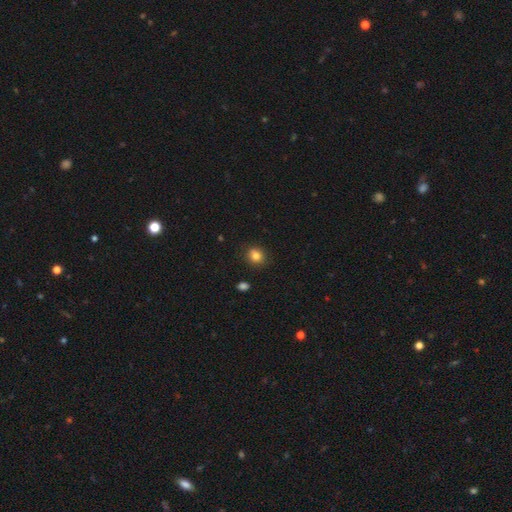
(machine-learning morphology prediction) type=smooth (81%); roundness=round (71%); merging=none (76%).